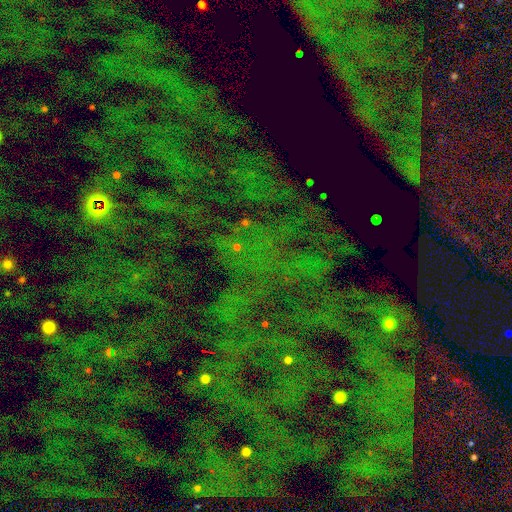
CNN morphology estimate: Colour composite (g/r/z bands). It shows a star or artifact, not a galaxy (79%).